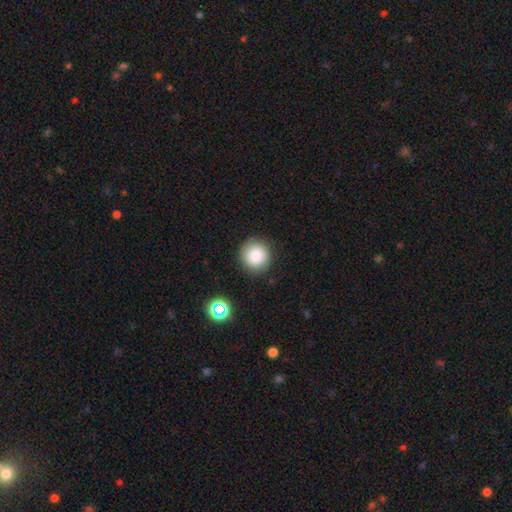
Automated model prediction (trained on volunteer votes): A smooth galaxy with no disk features (82%) that is round (92%).

Vote fractions:
- Smooth or featured? smooth: 82% / star or artifact: 10% / featured or disk: 8%
- How rounded? round: 92% / in between: 7% / cigar-shaped: 1%
- Merging? none: 86% / minor disturbance: 9% / major disturbance: 3% / merger: 2%